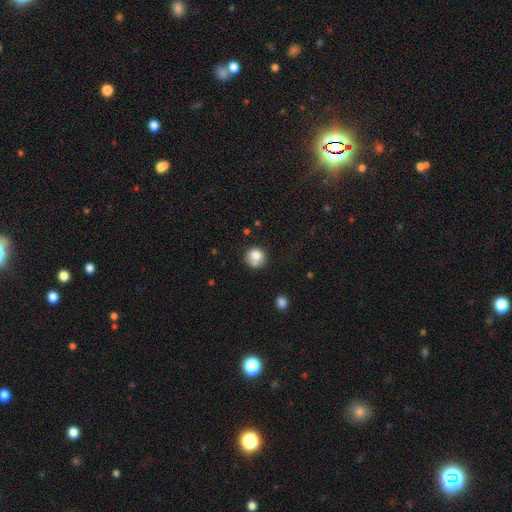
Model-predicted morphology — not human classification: The model was most divided on "merging": none: 61%, minor disturbance: 19%, merger: 15%, major disturbance: 6%. More confident: how rounded — round (88%); smooth or featured — smooth (78%).